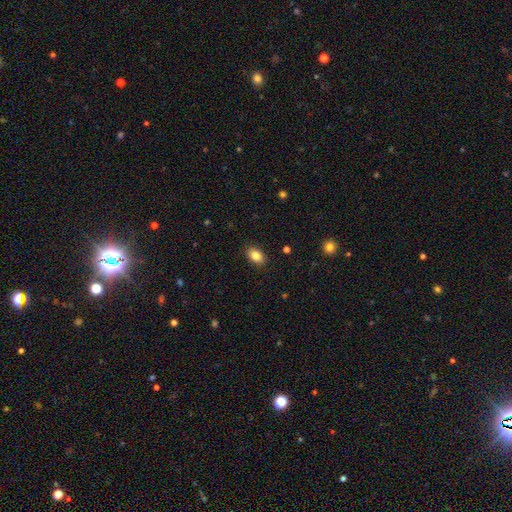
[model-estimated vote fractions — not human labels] Overall: smooth (85%). How rounded: in between (88%). Merging: none (88%).